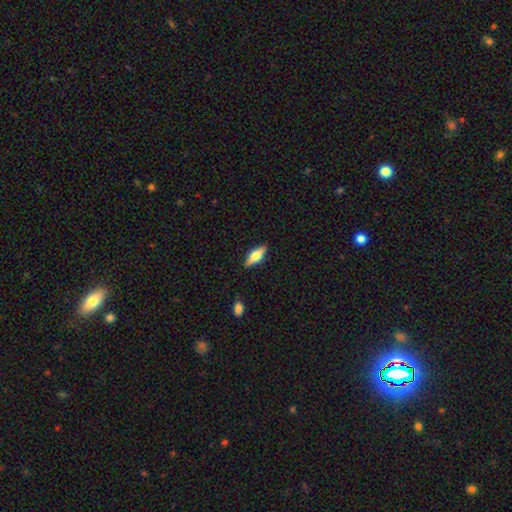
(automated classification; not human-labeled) Smooth or featured: featured or disk — 50% (smooth — 43%)
Edge-on disk: yes — 93% (no — 7%)
Merging: none — 88% (minor disturbance — 9%)